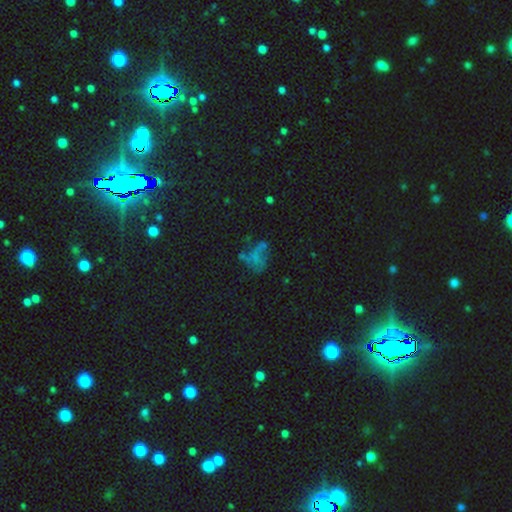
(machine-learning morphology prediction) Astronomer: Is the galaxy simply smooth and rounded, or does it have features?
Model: star or artifact — 36% (runner-up: smooth, 35%).